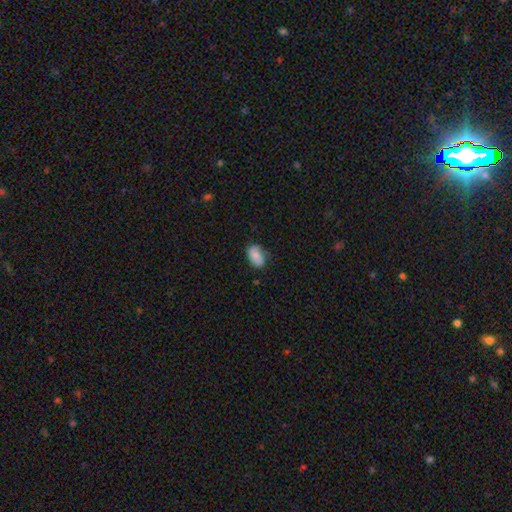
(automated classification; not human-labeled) Q: Smooth or featured?
A: smooth (65%); runner-up: featured or disk (28%)
Q: How rounded?
A: in between (87%); runner-up: round (11%)
Q: Merging?
A: none (73%); runner-up: minor disturbance (21%)